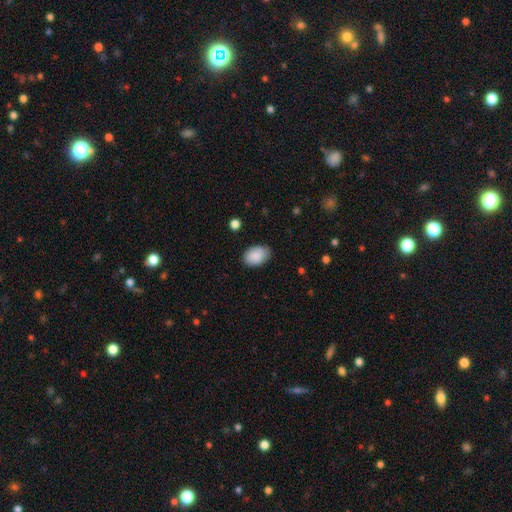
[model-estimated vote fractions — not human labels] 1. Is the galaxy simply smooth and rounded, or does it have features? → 88% smooth, 6% star or artifact, 6% featured or disk.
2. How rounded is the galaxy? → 84% in between, 14% round, 1% cigar-shaped.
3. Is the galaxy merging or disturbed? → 78% none, 17% minor disturbance, 3% major disturbance, 1% merger.